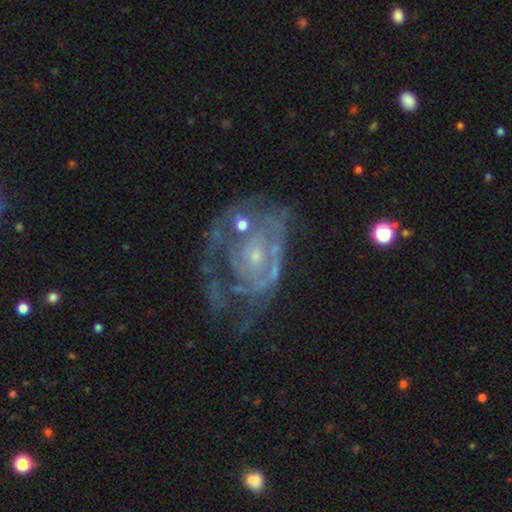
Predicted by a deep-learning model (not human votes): This is likely a featured or disk galaxy (80%). It is clearly not viewed edge-on (97%). Bar: likely no (79%). Spiral arm pattern: likely yes (69%). Spiral arm count: possibly can't tell (50%). Spiral winding: possibly tight (57%). Central bulge: likely small (71%). Merging: marginally none (38%).